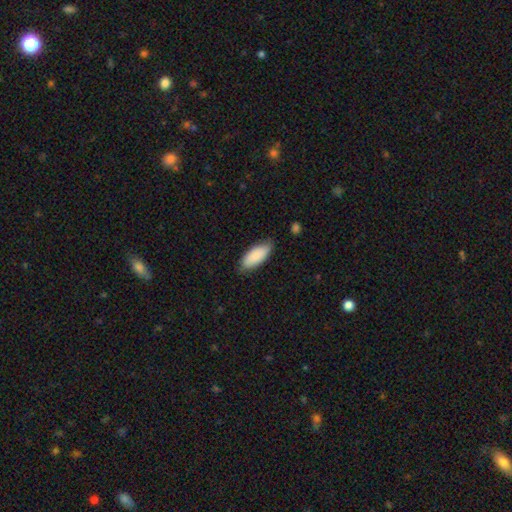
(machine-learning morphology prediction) smooth_or_featured: smooth (p=0.86) [alt: featured or disk p=0.08]
how_rounded: in between (p=0.85) [alt: cigar-shaped p=0.13]
merging: none (p=0.79) [alt: minor disturbance p=0.17]